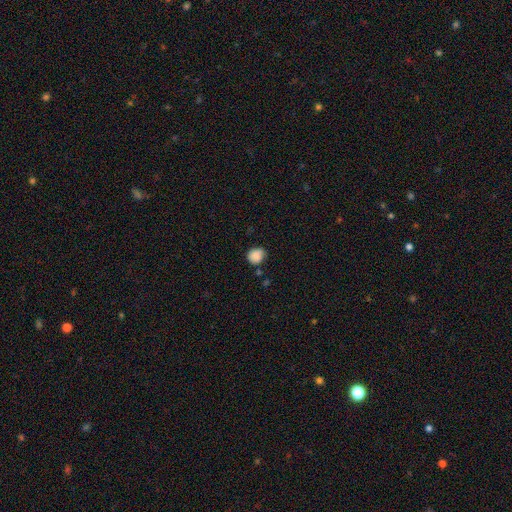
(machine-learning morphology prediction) Smooth or featured? smooth (87%)
How rounded? round (78%)
Merging? none (70%)